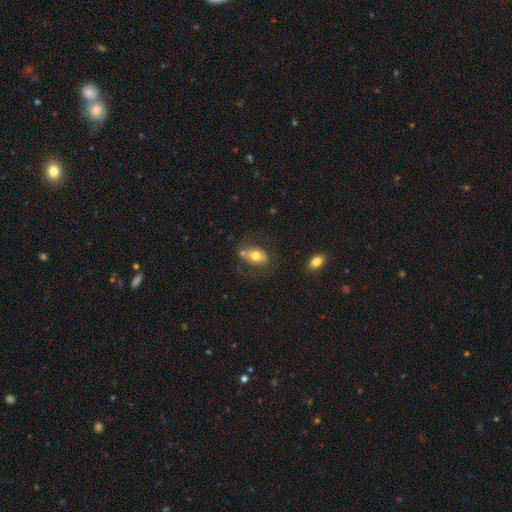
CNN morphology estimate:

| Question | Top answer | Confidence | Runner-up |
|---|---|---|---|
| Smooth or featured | smooth | 63% | featured or disk (28%) |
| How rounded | in between | 82% | round (16%) |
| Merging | none | 60% | minor disturbance (19%) |